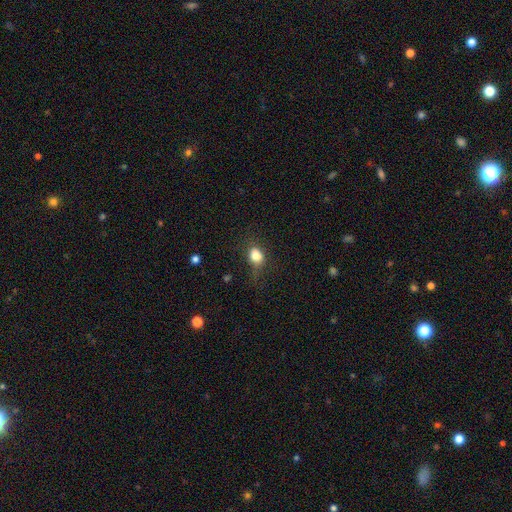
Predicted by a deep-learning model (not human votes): A smooth galaxy with no disk features (81%) that is in between round and cigar-shaped (57%).

Vote fractions:
- Smooth or featured? smooth: 81% / star or artifact: 11% / featured or disk: 8%
- How rounded? in between: 57% / round: 41% / cigar-shaped: 2%
- Merging? none: 52% / minor disturbance: 29% / major disturbance: 16% / merger: 2%